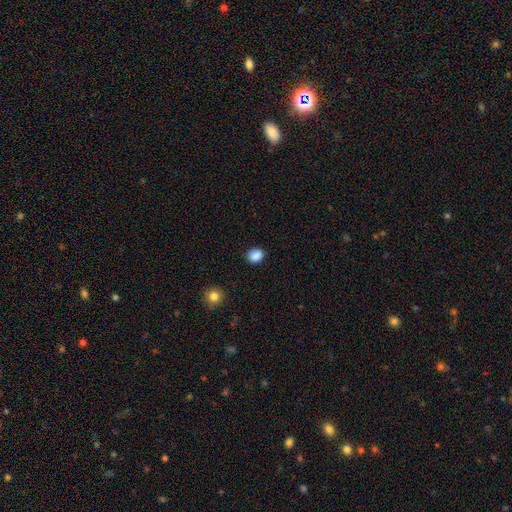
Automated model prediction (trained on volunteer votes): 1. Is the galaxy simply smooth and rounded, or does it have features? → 88% smooth, 9% star or artifact, 3% featured or disk.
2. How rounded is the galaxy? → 56% round, 43% in between, 1% cigar-shaped.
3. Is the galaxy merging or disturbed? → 86% none, 10% minor disturbance, 2% major disturbance, 1% merger.